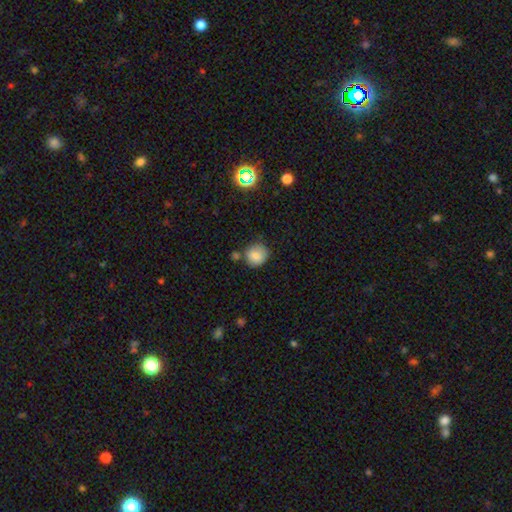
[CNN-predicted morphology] Smooth or featured? Predicted: smooth (p=0.83). How rounded? Predicted: round (p=0.86). Merging? Predicted: none (p=0.67).